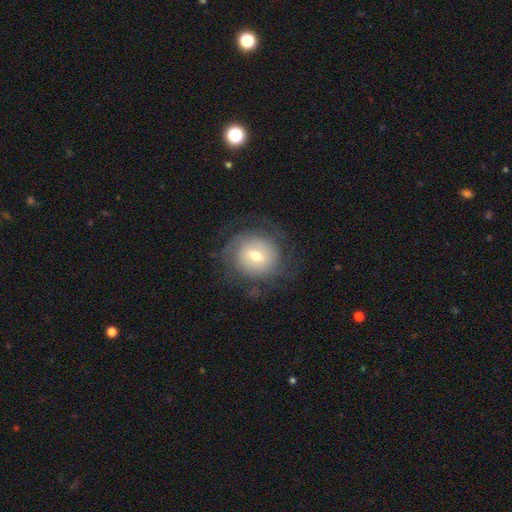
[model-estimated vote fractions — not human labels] smooth_or_featured: featured or disk (p=0.51) [alt: smooth p=0.40]
disk_edge_on: no (p=0.96) [alt: yes p=0.04]
merging: none (p=0.72) [alt: minor disturbance p=0.15]